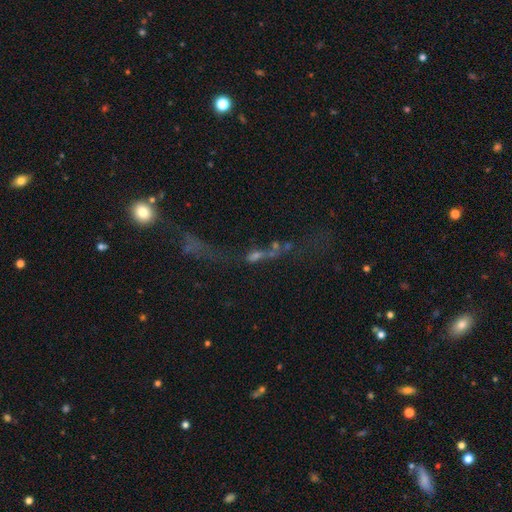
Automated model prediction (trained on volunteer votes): Overall: featured or disk (40%; smooth 33%). Merging: merger (34%; major disturbance 30%).